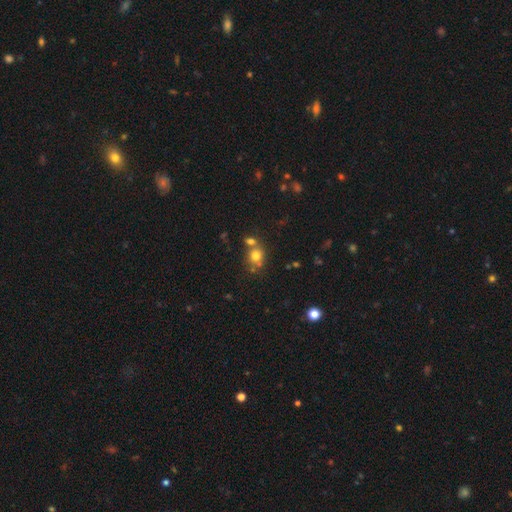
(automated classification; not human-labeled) Smooth or featured? smooth (75%)
How rounded? round (75%)
Merging? none (52%)